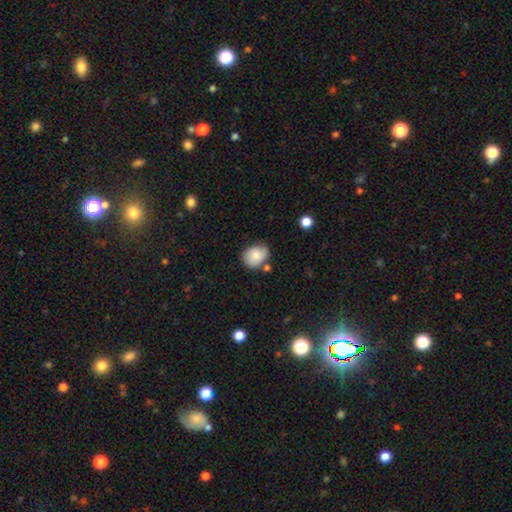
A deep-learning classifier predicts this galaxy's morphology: Smooth or featured: smooth — 77% (featured or disk — 15%)
How rounded: round — 51% (in between — 48%)
Merging: none — 61% (minor disturbance — 24%)